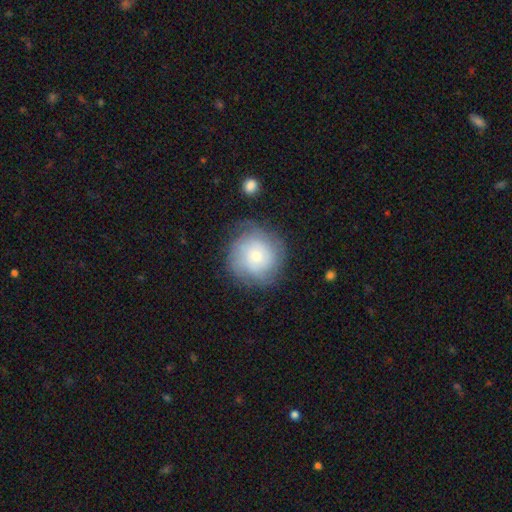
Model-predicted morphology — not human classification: This appears to be a smooth galaxy with no disk features (50%) that is round (92%). Merging: none (74%).